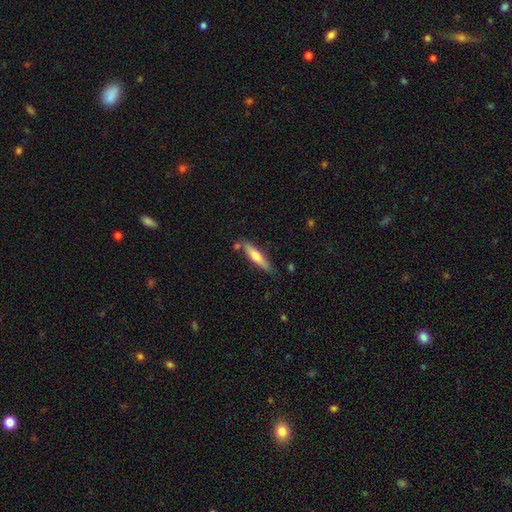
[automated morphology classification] smooth 59%, featured or disk 35%, star or artifact 6%. Down the decision tree: how rounded — cigar-shaped (84%); merging — none (76%).